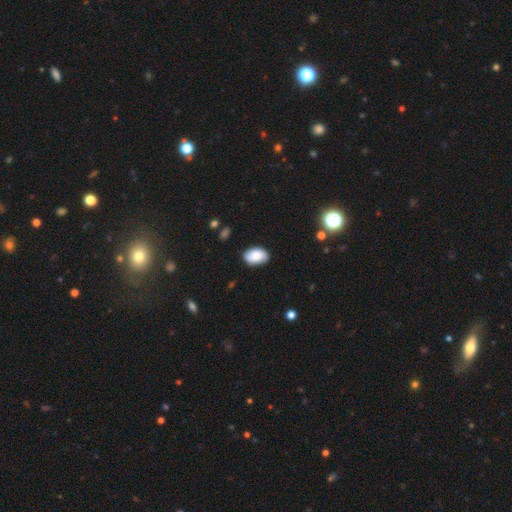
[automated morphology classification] Smooth or featured? smooth (83%)
How rounded? in between (90%)
Merging? none (80%)